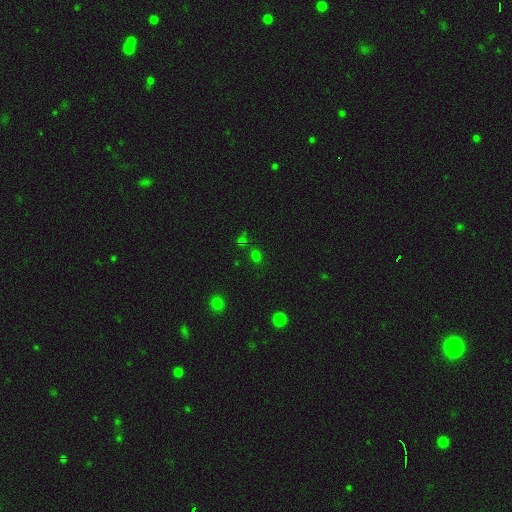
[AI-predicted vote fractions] A smooth galaxy with no disk features (61%) that is round (57%). Merging: none (76%).